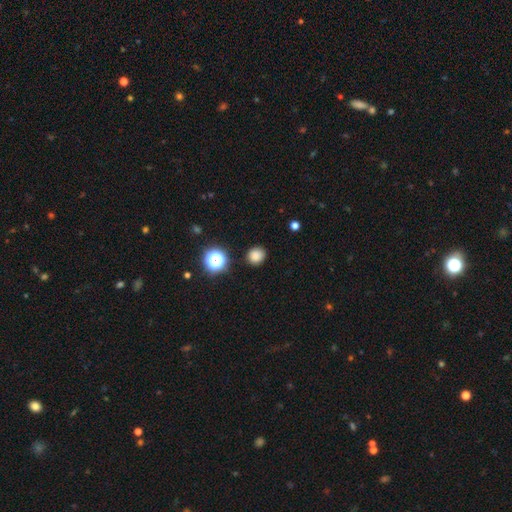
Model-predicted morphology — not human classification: Overall: smooth (81%). How rounded: round (85%). Merging: none (87%).